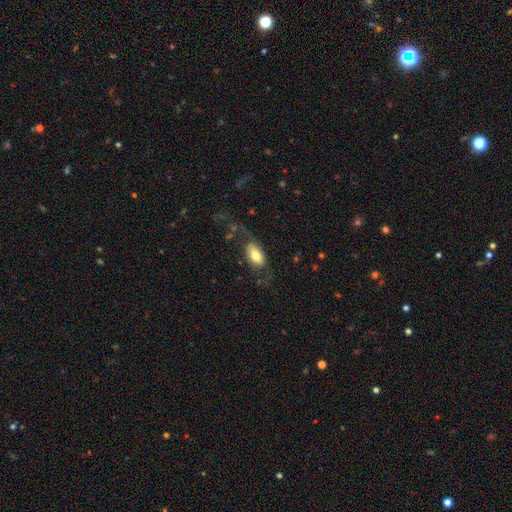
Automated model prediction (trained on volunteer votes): This is likely a smooth galaxy (66%). How rounded: clearly in between (90%). Merging: possibly none (47%).